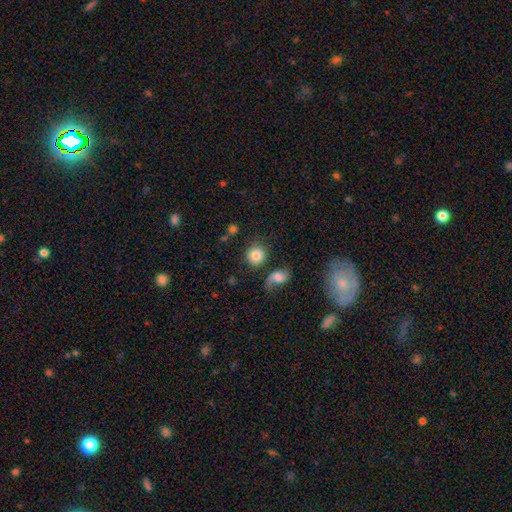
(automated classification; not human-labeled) A smooth galaxy with no disk features (82%) that is round (88%). Merging: none (72%).